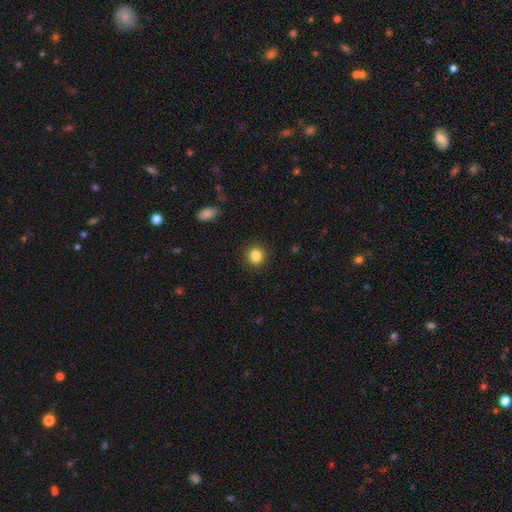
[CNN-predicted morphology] A smooth galaxy with no disk features (84%) that is round (87%). Merging: none (91%).